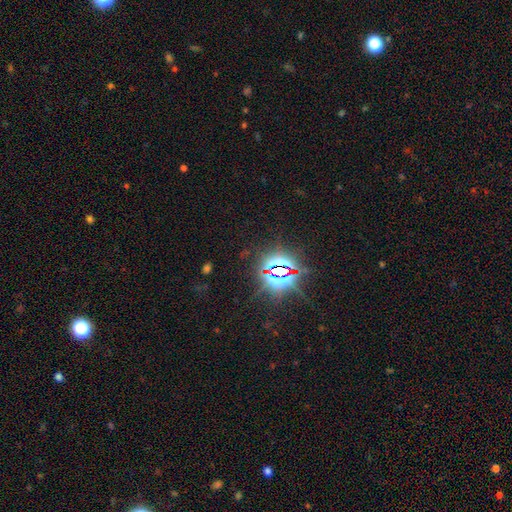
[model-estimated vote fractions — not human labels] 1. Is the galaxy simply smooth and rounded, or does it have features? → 83% star or artifact, 10% smooth, 7% featured or disk.